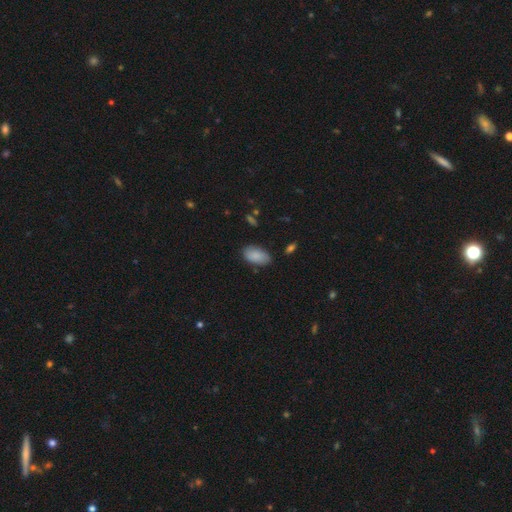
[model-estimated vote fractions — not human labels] smooth 87%, featured or disk 7%, star or artifact 7%. Down the decision tree: how rounded — in between (94%); merging — none (75%).